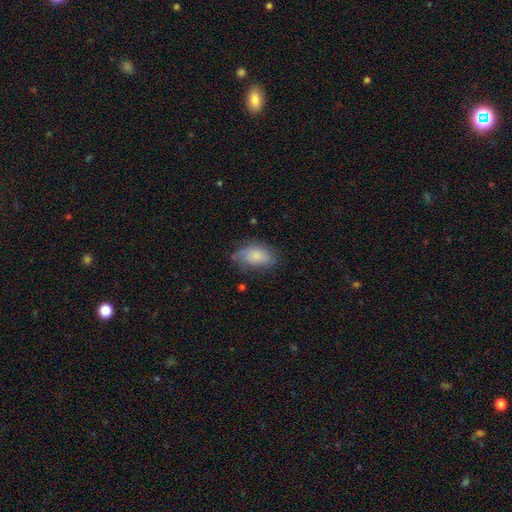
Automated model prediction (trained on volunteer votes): This is likely a smooth galaxy (79%). How rounded: clearly in between (92%). Merging: likely none (63%).